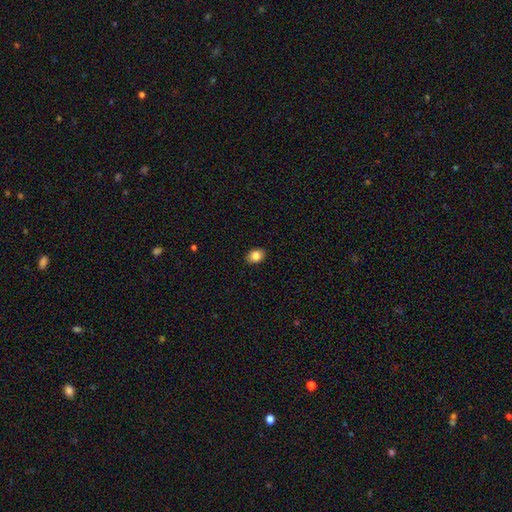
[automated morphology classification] The model was most divided on "how rounded": in between: 68%, round: 31%, cigar-shaped: 1%. More confident: merging — none (88%); smooth or featured — smooth (85%).